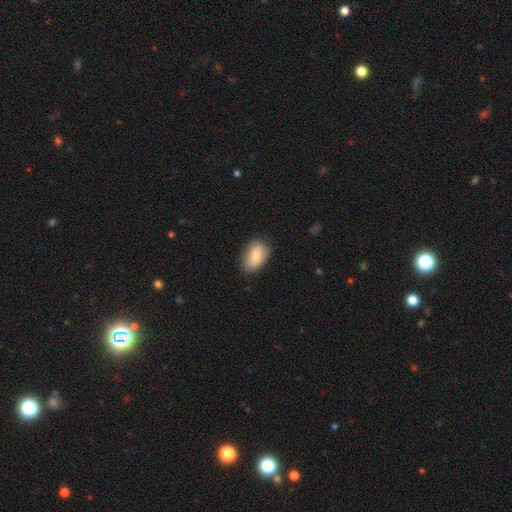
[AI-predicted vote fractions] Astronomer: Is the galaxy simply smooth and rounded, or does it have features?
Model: smooth — 77%.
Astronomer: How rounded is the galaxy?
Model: in between — 92%.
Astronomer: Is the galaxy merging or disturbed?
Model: none — 76%.